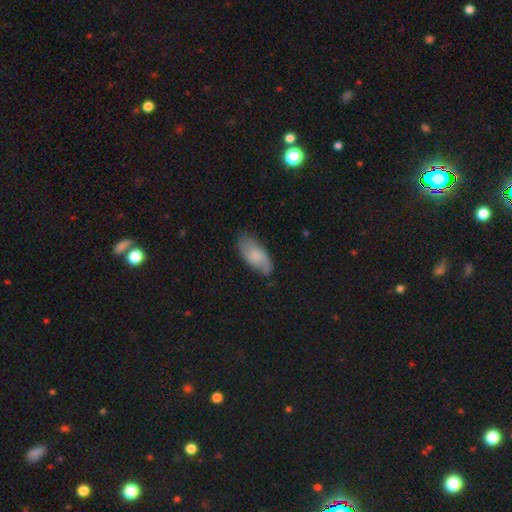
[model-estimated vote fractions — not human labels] This appears to be a smooth galaxy with no disk features (73%) that is in between round and cigar-shaped (90%). Merging: none (68%).